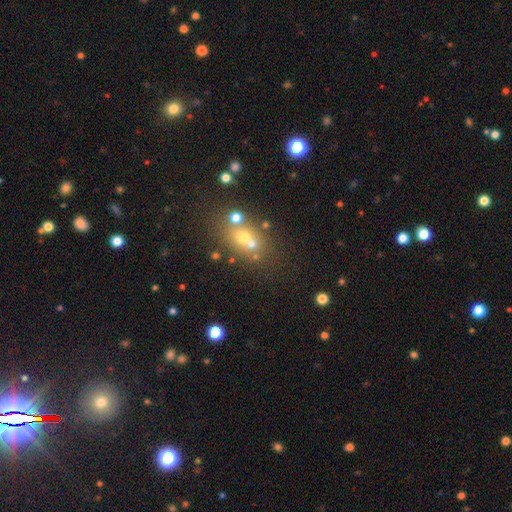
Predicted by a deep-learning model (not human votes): smooth_or_featured: smooth (p=0.49) [alt: featured or disk p=0.26]
merging: none (p=0.51) [alt: merger p=0.34]